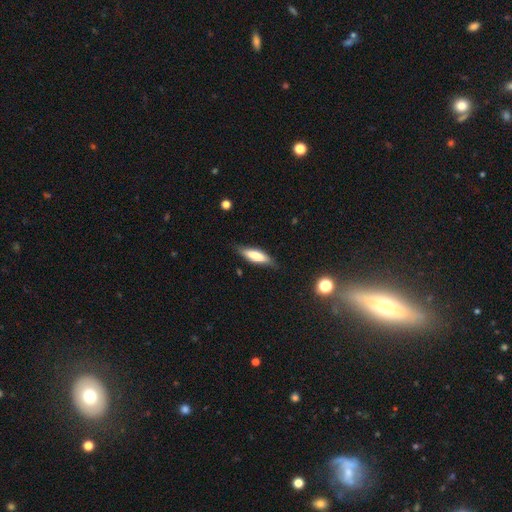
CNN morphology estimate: type=smooth (66%); roundness=cigar-shaped (56%); merging=none (76%).